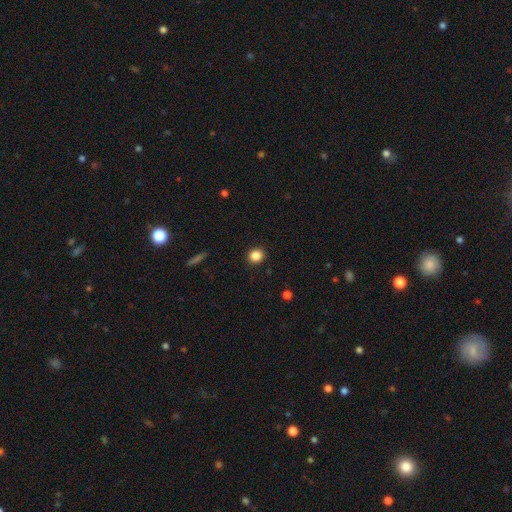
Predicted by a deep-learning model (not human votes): smooth_or_featured: smooth (p=0.86) [alt: star or artifact p=0.11]
how_rounded: round (p=0.84) [alt: in between p=0.15]
merging: none (p=0.91) [alt: minor disturbance p=0.06]